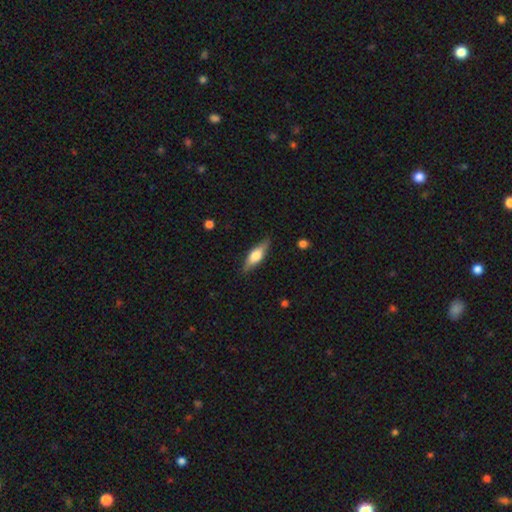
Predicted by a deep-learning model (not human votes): This appears to be a smooth galaxy with no disk features (50%). Merging: none (85%).